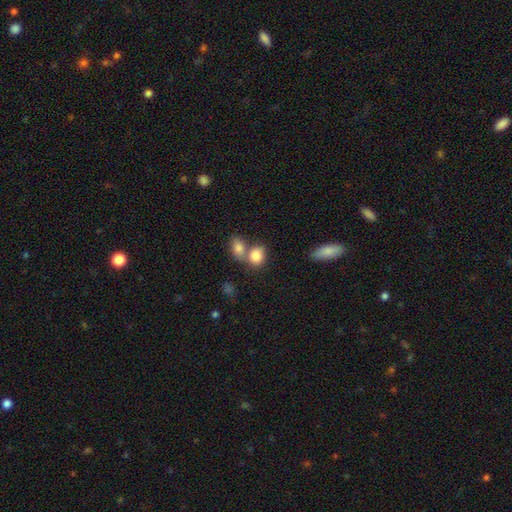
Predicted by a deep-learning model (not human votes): Smooth or featured? smooth (83%)
How rounded? in between (58%)
Merging? merger (51%)